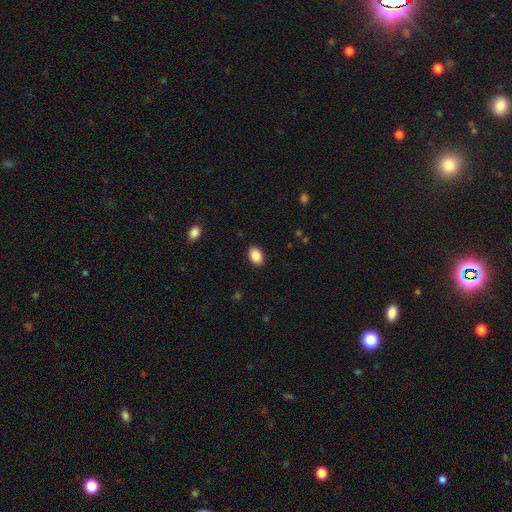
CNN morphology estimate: type=smooth (88%); roundness=in between (83%); merging=none (89%).